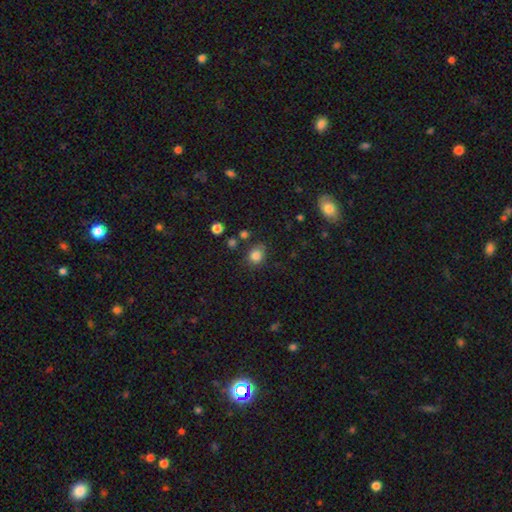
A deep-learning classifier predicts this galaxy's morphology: Q: Smooth or featured?
A: smooth (83%); runner-up: star or artifact (12%)
Q: How rounded?
A: round (64%); runner-up: in between (35%)
Q: Merging?
A: none (73%); runner-up: minor disturbance (17%)